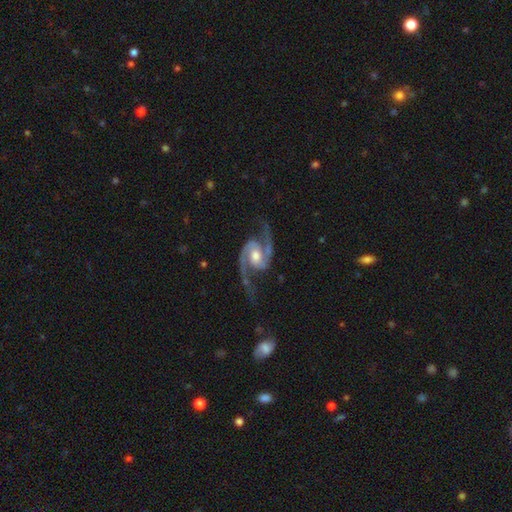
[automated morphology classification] This is clearly a featured or disk galaxy (94%). It is clearly not viewed edge-on (98%). Bar: possibly no (51%). Spiral arm pattern: clearly yes (99%). Spiral arm count: clearly 2 (94%). Spiral winding: possibly medium (57%). Central bulge: likely moderate (67%). Merging: likely none (75%).